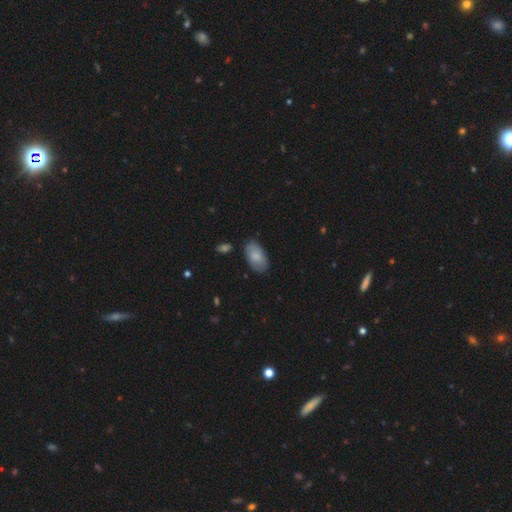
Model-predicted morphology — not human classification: Overall: smooth (80%). How rounded: in between (95%). Merging: none (80%).